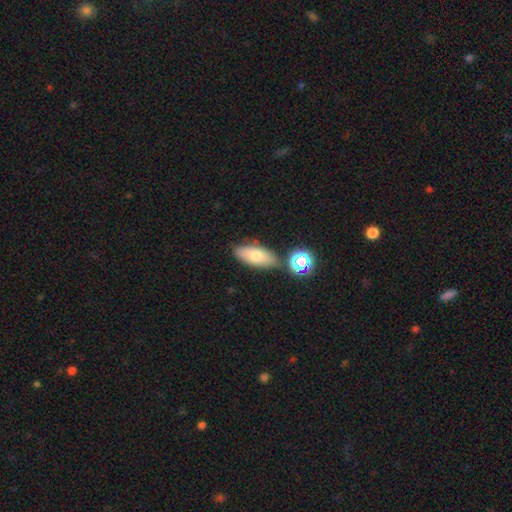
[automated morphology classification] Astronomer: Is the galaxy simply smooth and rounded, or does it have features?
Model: smooth — 70%.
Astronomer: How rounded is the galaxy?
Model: in between — 81%.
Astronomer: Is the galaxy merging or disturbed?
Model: none — 76%.